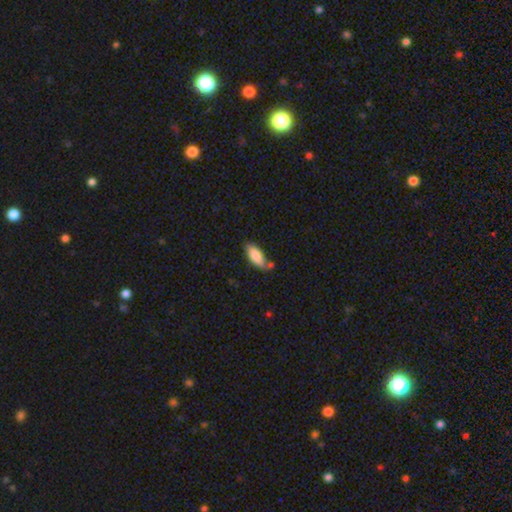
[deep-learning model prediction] smooth_or_featured: smooth (p=0.82) [alt: featured or disk p=0.12]
how_rounded: in between (p=0.81) [alt: cigar-shaped p=0.17]
merging: none (p=0.64) [alt: minor disturbance p=0.21]